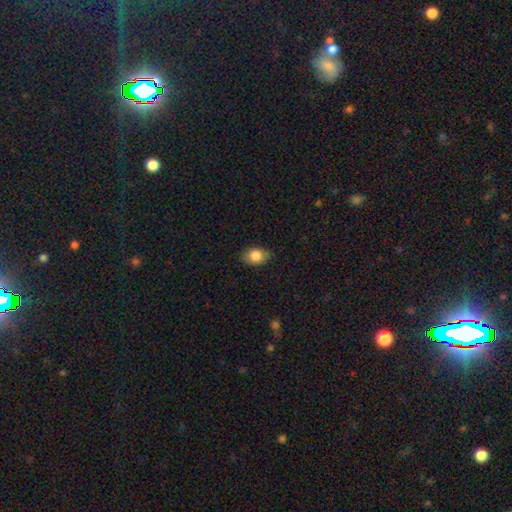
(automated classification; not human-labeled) smooth_or_featured: smooth (p=0.84) [alt: featured or disk p=0.09]
how_rounded: in between (p=0.79) [alt: round p=0.20]
merging: none (p=0.83) [alt: minor disturbance p=0.13]